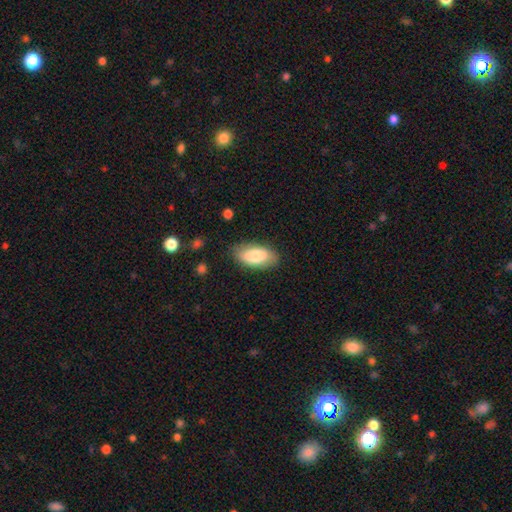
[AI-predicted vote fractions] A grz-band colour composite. It shows a smooth galaxy with no disk features (81%) that is in between round and cigar-shaped (92%). Merging: none (82%).